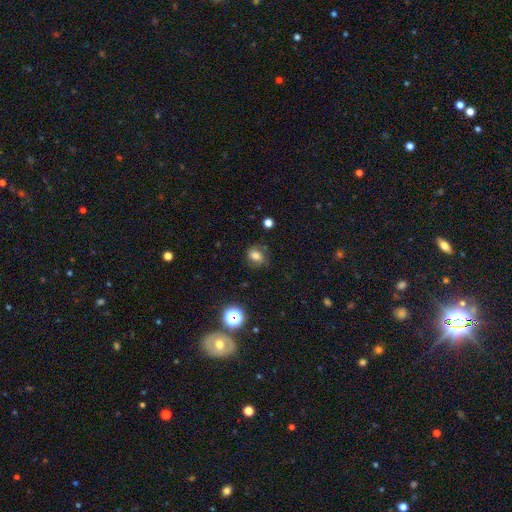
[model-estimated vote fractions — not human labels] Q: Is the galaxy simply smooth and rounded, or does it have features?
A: smooth — 71%.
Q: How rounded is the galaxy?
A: in between — 53%.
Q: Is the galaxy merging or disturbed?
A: none — 73%.